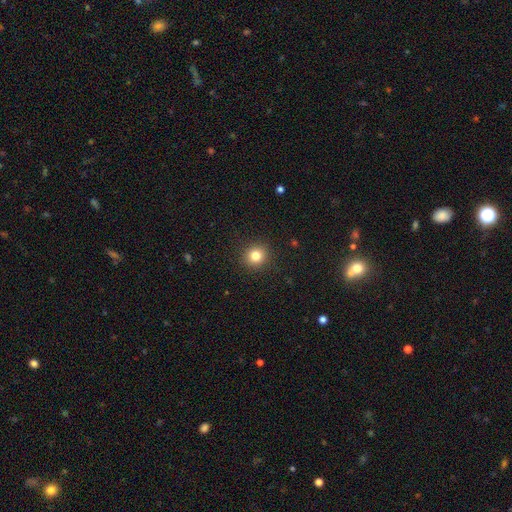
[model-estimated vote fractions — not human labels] Q: Smooth or featured?
A: smooth (81%); runner-up: star or artifact (12%)
Q: How rounded?
A: round (91%); runner-up: in between (8%)
Q: Merging?
A: none (92%); runner-up: minor disturbance (5%)